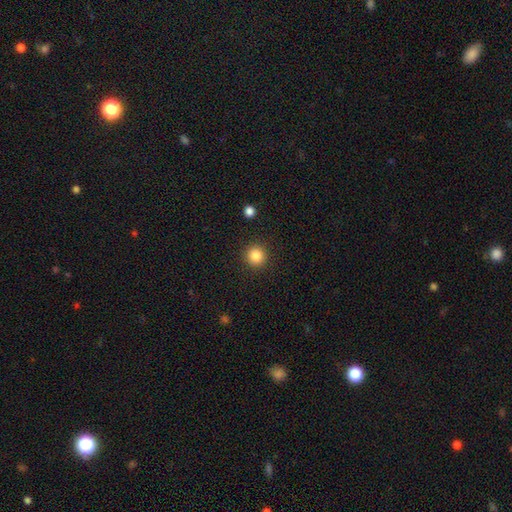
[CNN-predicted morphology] A smooth galaxy with no disk features (85%) that is round (94%). Merging: none (92%).